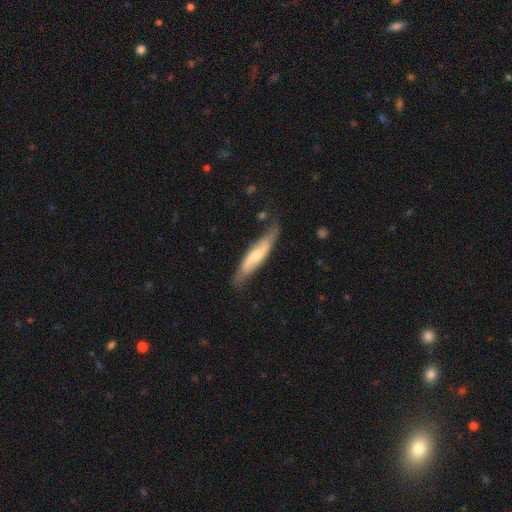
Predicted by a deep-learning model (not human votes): Smooth or featured: featured or disk — 53% (smooth — 42%)
Edge-on disk: no — 57% (yes — 43%)
Merging: none — 72% (minor disturbance — 21%)